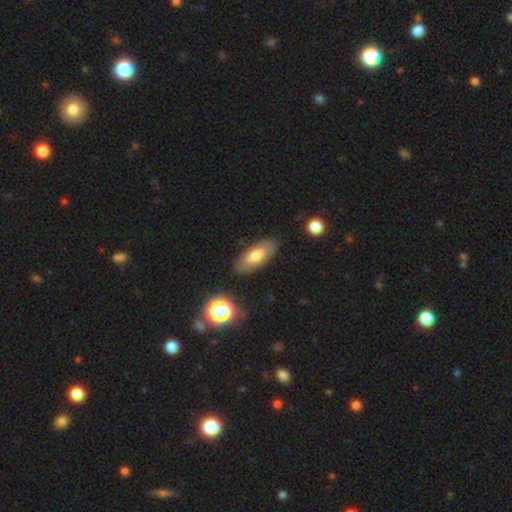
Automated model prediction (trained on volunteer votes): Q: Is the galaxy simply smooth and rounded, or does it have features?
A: smooth — 54%.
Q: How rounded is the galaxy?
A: in between — 85%.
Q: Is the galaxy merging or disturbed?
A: none — 83%.